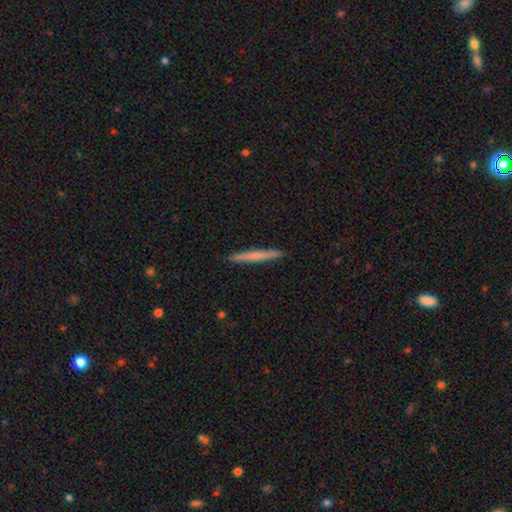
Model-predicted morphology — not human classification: The model was most divided on "smooth or featured": smooth: 60%, featured or disk: 34%, star or artifact: 5%. More confident: how rounded — cigar-shaped (97%); merging — none (92%).